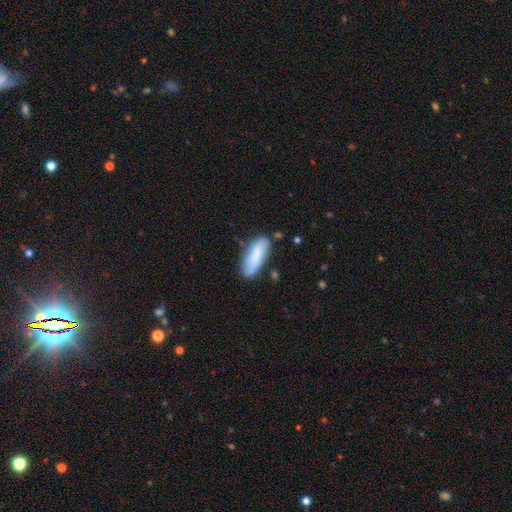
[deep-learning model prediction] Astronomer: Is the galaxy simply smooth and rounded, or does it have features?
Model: smooth — 79%.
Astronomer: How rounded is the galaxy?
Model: in between — 66%.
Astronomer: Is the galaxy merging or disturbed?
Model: none — 72%.